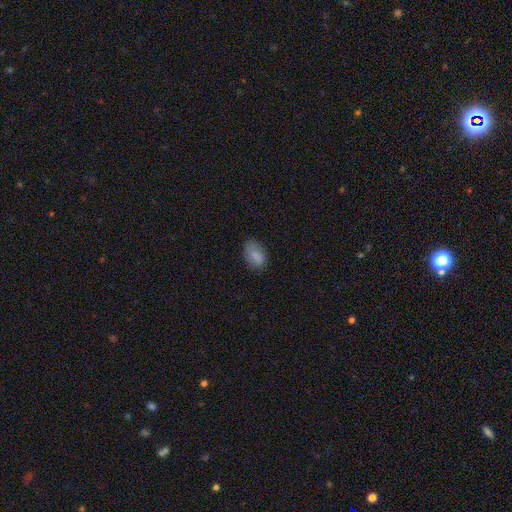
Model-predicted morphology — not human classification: Smooth or featured? Predicted: smooth (p=0.81). How rounded? Predicted: in between (p=0.89). Merging? Predicted: none (p=0.71).